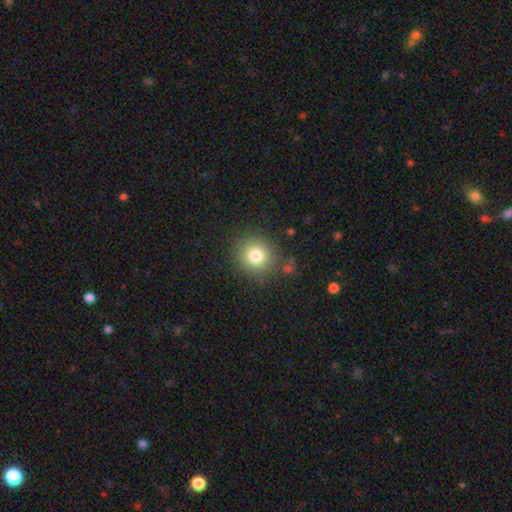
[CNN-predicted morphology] Smooth or featured? smooth (79%)
How rounded? round (90%)
Merging? none (85%)